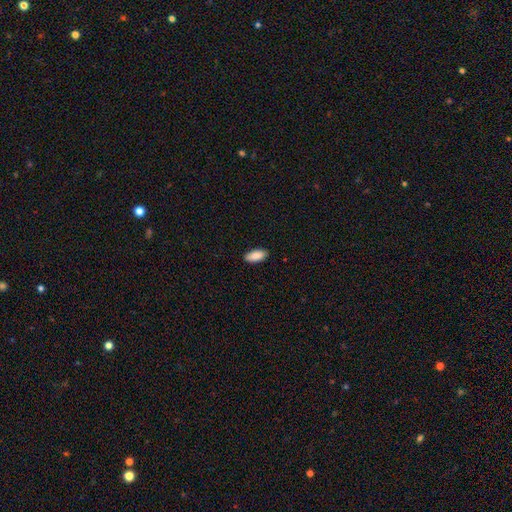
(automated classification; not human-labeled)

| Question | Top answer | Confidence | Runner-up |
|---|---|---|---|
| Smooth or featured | smooth | 89% | star or artifact (6%) |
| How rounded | in between | 89% | cigar-shaped (9%) |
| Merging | none | 89% | minor disturbance (8%) |